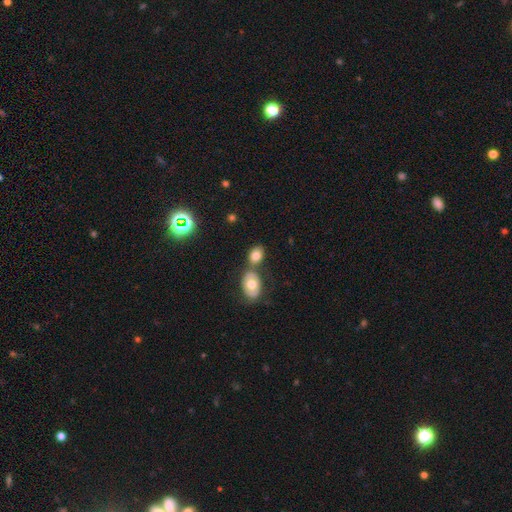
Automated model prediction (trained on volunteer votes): smooth_or_featured: smooth (p=0.75) [alt: featured or disk p=0.16]
how_rounded: in between (p=0.78) [alt: round p=0.21]
merging: none (p=0.52) [alt: merger p=0.32]